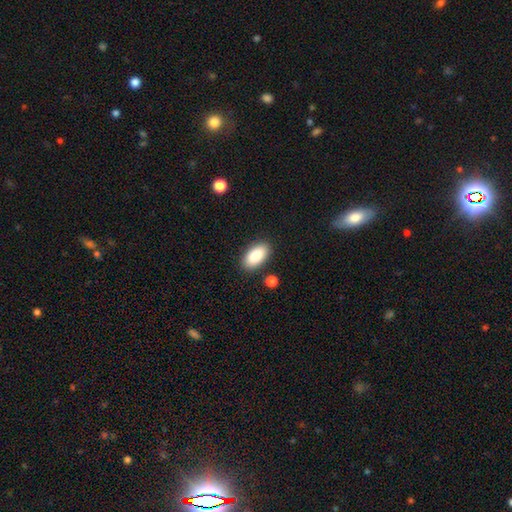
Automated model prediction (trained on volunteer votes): smooth_or_featured: smooth (p=0.89) [alt: star or artifact p=0.06]
how_rounded: in between (p=0.94) [alt: cigar-shaped p=0.03]
merging: none (p=0.87) [alt: minor disturbance p=0.09]